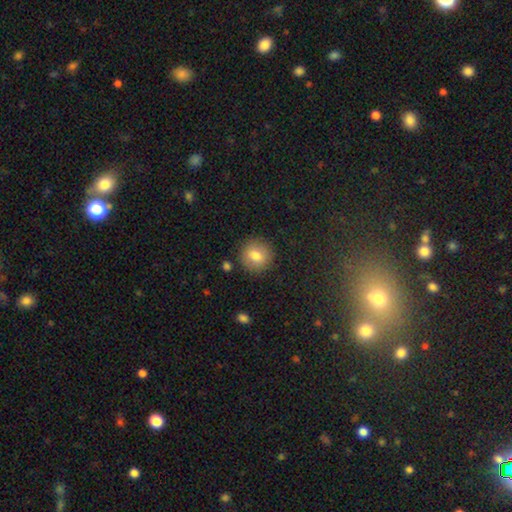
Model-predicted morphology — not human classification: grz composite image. It shows a smooth galaxy with no disk features (79%) that is round (89%). Merging: none (87%).